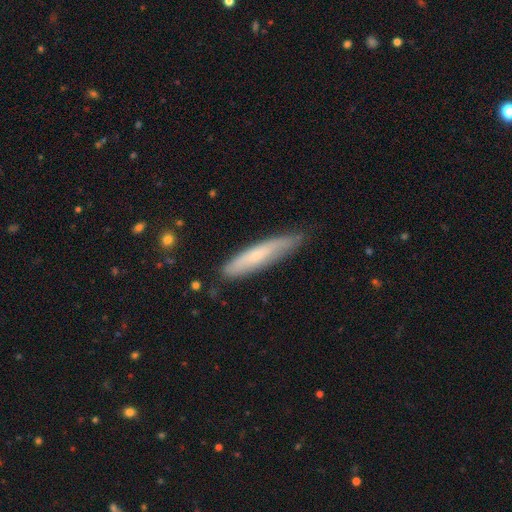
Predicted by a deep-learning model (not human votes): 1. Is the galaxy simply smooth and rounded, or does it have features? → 58% smooth, 35% featured or disk, 6% star or artifact.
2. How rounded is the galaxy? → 86% cigar-shaped, 12% in between, 1% round.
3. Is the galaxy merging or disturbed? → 73% none, 21% minor disturbance, 4% major disturbance, 2% merger.